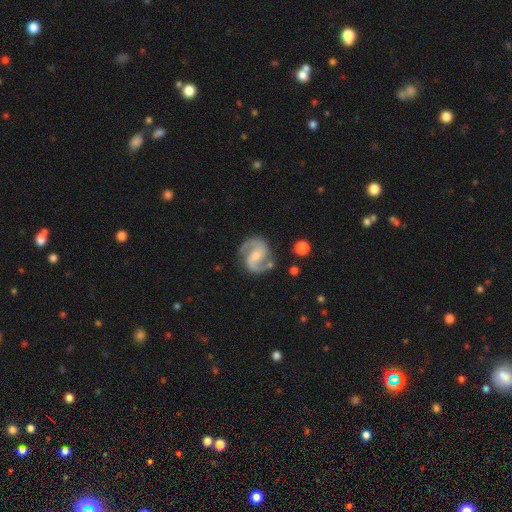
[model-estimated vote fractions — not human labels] Smooth or featured?
  - featured or disk: 91% *
  - smooth: 5%
  - star or artifact: 4%
Edge-on disk?
  - no: 98% *
  - yes: 2%
Bar?
  - weak: 44% *
  - no: 34%
  - strong: 22%
Spiral arms?
  - yes: 98% *
  - no: 2%
Spiral winding?
  - medium: 62% *
  - tight: 20%
  - loose: 17%
Spiral arm count?
  - 2: 94% *
  - can't tell: 2%
  - 3: 1%
  - 1: 1%
  - 4: 1%
  - more than 4: 1%
Bulge size?
  - small: 54% *
  - moderate: 37%
  - none: 6%
  - large: 2%
  - dominant: 1%
Merging?
  - none: 80% *
  - minor disturbance: 13%
  - major disturbance: 4%
  - merger: 3%